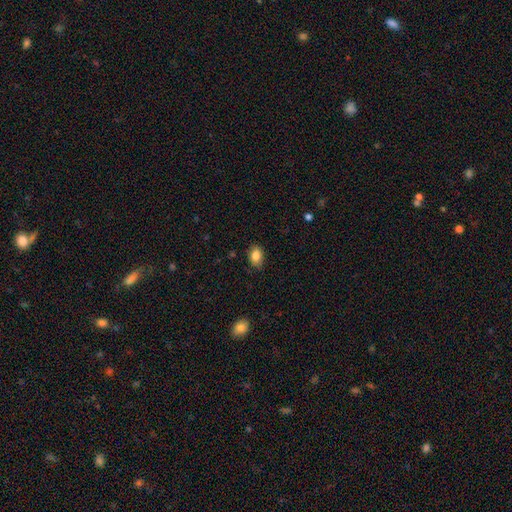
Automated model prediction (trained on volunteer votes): Smooth or featured?
  - smooth: 85% *
  - star or artifact: 8%
  - featured or disk: 7%
How rounded?
  - in between: 80% *
  - round: 18%
  - cigar-shaped: 1%
Merging?
  - none: 81% *
  - minor disturbance: 15%
  - major disturbance: 3%
  - merger: 1%